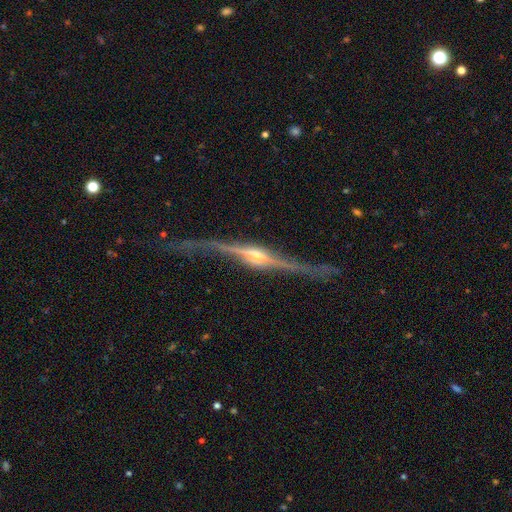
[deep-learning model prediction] Smooth or featured: featured or disk — 91% (smooth — 5%)
Edge-on disk: yes — 97% (no — 3%)
Edge-on bulge: rounded — 90% (boxy — 7%)
Merging: none — 79% (minor disturbance — 14%)